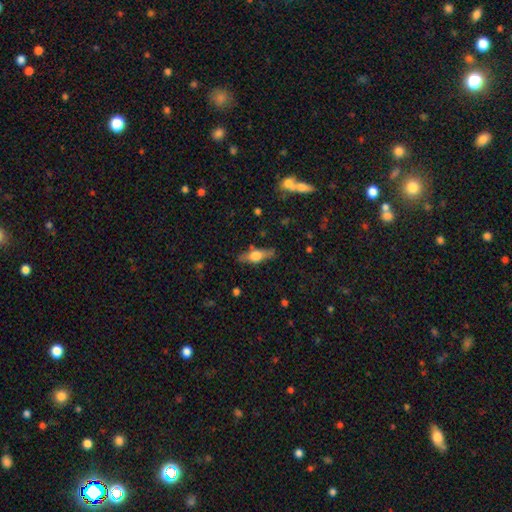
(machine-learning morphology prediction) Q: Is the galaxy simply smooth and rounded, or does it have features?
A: featured or disk — 47%.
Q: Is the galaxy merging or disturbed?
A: none — 82%.